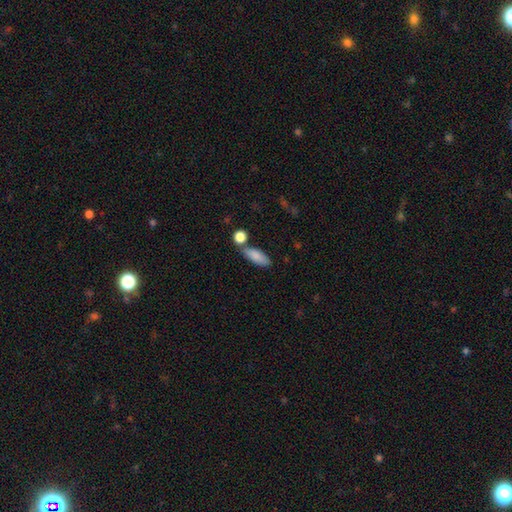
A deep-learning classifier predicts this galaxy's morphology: Smooth or featured?
  - smooth: 85% *
  - featured or disk: 9%
  - star or artifact: 6%
How rounded?
  - in between: 74% *
  - cigar-shaped: 22%
  - round: 3%
Merging?
  - none: 66% *
  - merger: 16%
  - minor disturbance: 14%
  - major disturbance: 4%